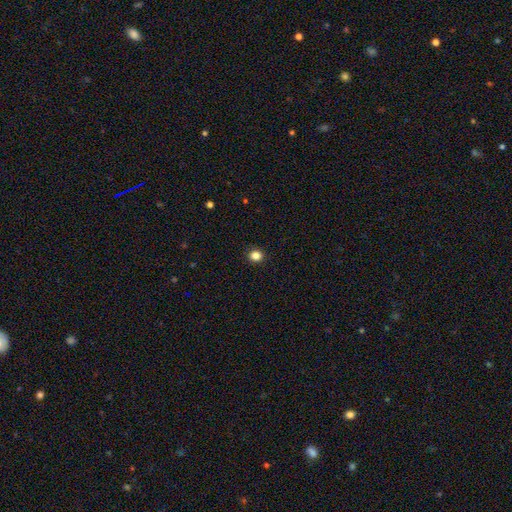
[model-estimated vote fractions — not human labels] Morphology: type=smooth (84%); roundness=round (85%); merging=none (92%).